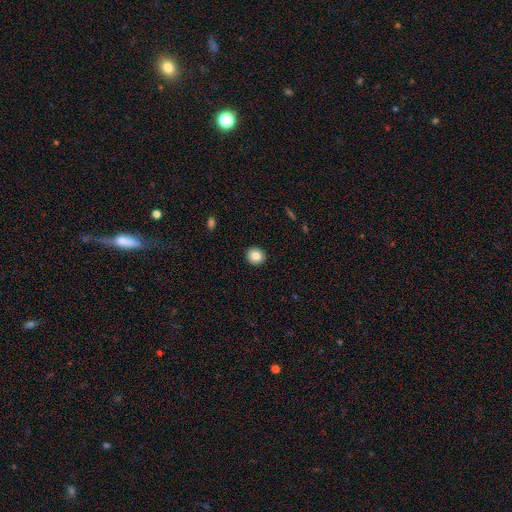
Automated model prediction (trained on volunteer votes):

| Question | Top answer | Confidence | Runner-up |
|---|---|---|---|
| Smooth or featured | smooth | 83% | star or artifact (9%) |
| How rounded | round | 86% | in between (13%) |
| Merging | none | 92% | minor disturbance (5%) |